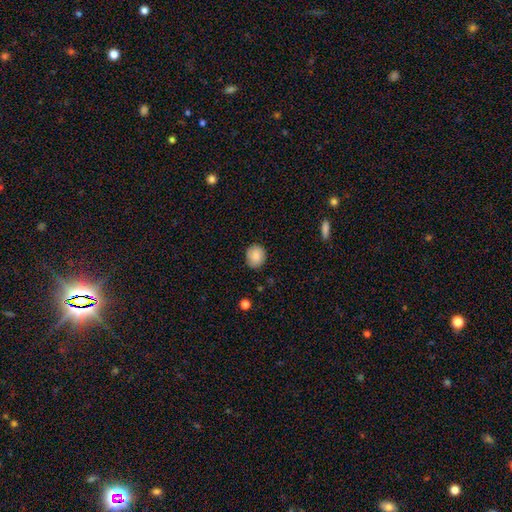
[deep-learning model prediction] smooth-or-featured: smooth: 86% | star or artifact: 8% | featured or disk: 6%
  how-rounded: round: 73% | in between: 26% | cigar-shaped: 1%
  merging: none: 85% | minor disturbance: 11% | major disturbance: 2% | merger: 1%